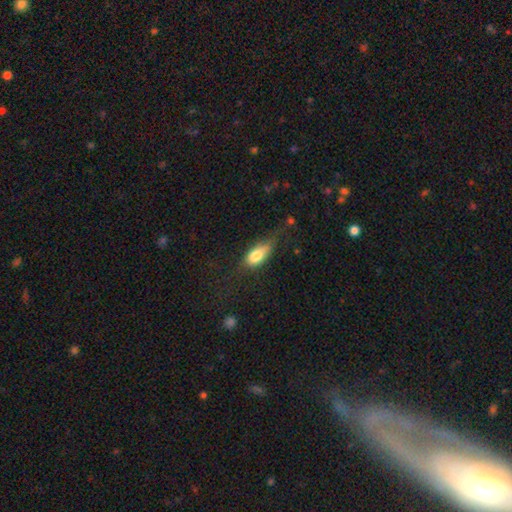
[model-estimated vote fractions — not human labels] Q: Smooth or featured?
A: smooth (74%); runner-up: featured or disk (18%)
Q: How rounded?
A: in between (81%); runner-up: cigar-shaped (14%)
Q: Merging?
A: none (50%); runner-up: minor disturbance (30%)